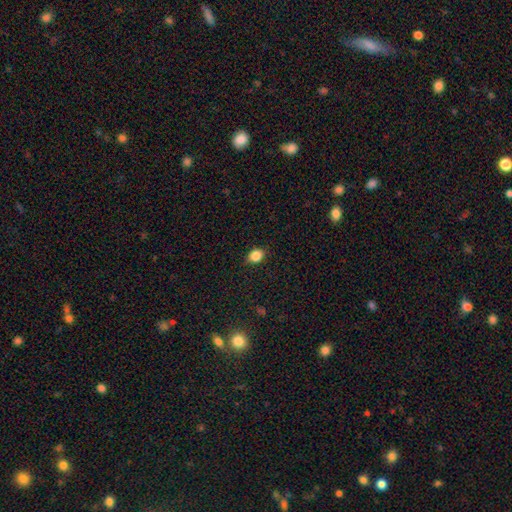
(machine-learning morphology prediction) Overall: smooth (85%). How rounded: in between (53%; round 45%). Merging: none (81%).